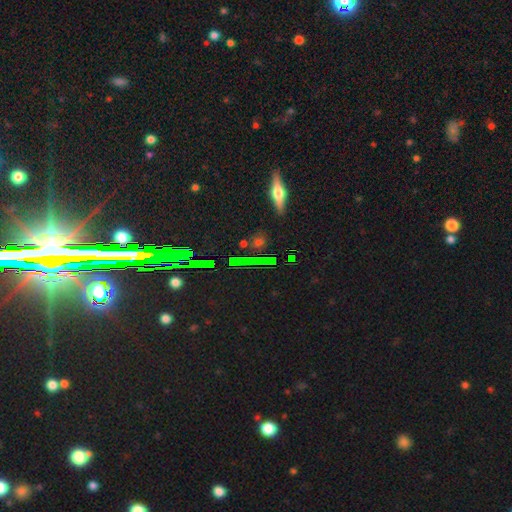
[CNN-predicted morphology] A star or artifact, not a galaxy (50%).